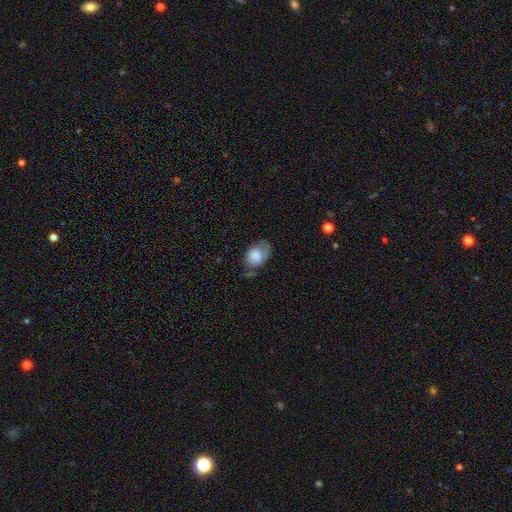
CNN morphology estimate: smooth 76%, featured or disk 16%, star or artifact 8%. Down the decision tree: how rounded — in between (82%); merging — none (46%).